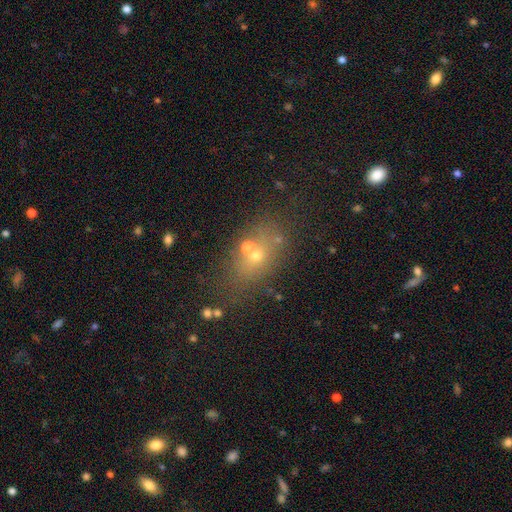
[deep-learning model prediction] The model was most divided on "smooth or featured": smooth: 49%, featured or disk: 26%, star or artifact: 26%. More confident: merging — none (54%).